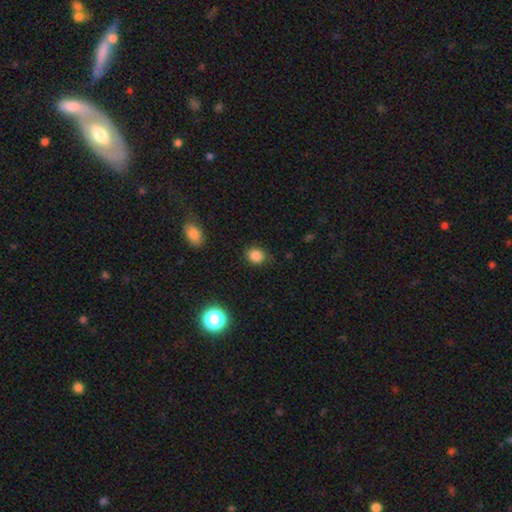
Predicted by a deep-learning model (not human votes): A smooth galaxy with no disk features (84%) that is round (69%).

Vote fractions:
- Smooth or featured? smooth: 84% / star or artifact: 12% / featured or disk: 4%
- How rounded? round: 69% / in between: 30% / cigar-shaped: 1%
- Merging? none: 78% / minor disturbance: 16% / major disturbance: 4% / merger: 1%